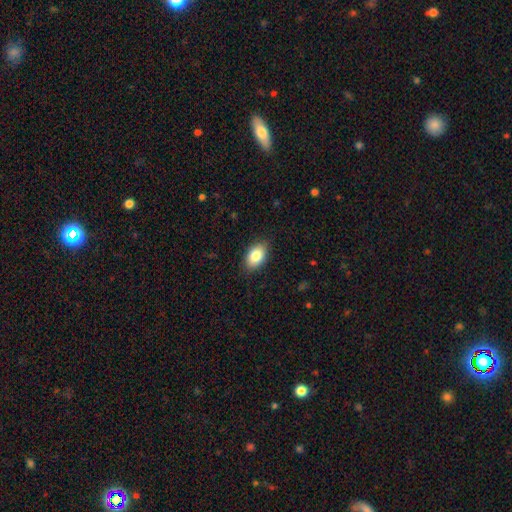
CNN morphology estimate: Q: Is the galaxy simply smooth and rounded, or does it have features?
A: smooth — 84%.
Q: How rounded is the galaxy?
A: in between — 89%.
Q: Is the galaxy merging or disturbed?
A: none — 87%.